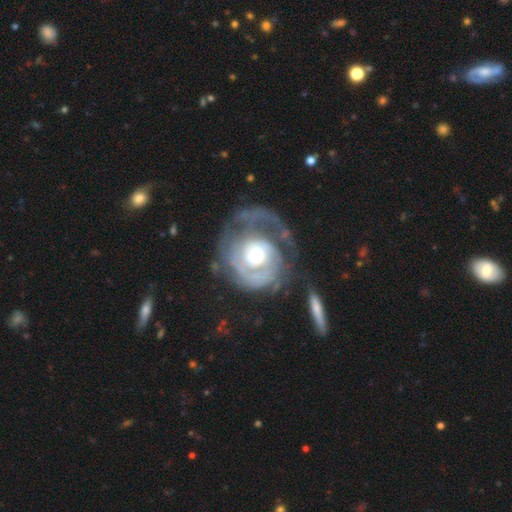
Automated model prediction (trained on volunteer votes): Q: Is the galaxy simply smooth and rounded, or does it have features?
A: featured or disk — 82%.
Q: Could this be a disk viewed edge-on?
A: no — 98%.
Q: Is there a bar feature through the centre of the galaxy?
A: no — 76%.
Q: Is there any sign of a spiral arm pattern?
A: yes — 87%.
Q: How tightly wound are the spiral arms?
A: tight — 60%.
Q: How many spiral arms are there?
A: can't tell — 29%.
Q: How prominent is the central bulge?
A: moderate — 65%.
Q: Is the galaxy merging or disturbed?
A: none — 40%.